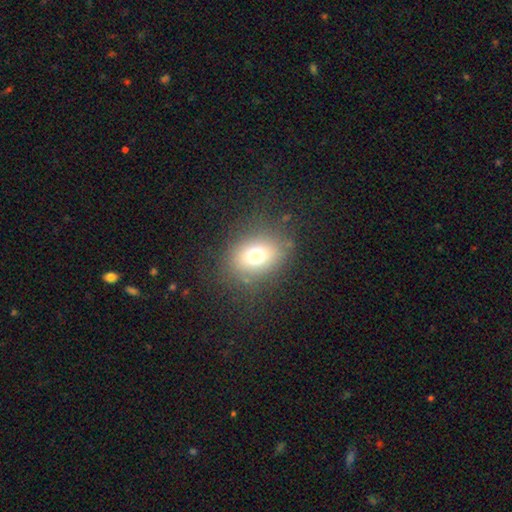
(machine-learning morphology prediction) smooth_or_featured: smooth (p=0.72) [alt: star or artifact p=0.15]
how_rounded: in between (p=0.51) [alt: round p=0.48]
merging: none (p=0.79) [alt: minor disturbance p=0.12]